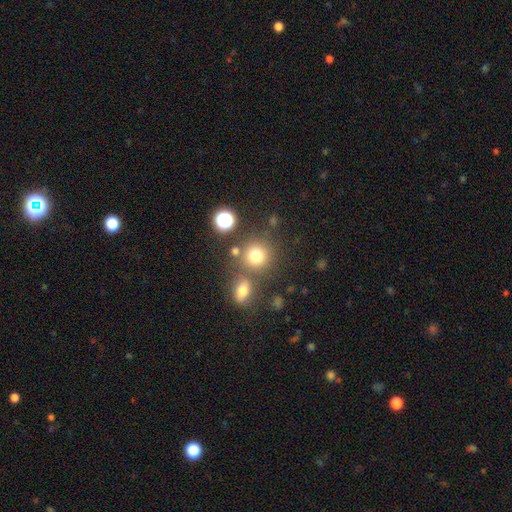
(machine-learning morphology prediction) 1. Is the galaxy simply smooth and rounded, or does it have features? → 76% smooth, 16% star or artifact, 8% featured or disk.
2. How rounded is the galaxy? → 89% round, 10% in between, 1% cigar-shaped.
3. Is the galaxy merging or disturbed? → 71% none, 16% merger, 9% minor disturbance, 4% major disturbance.